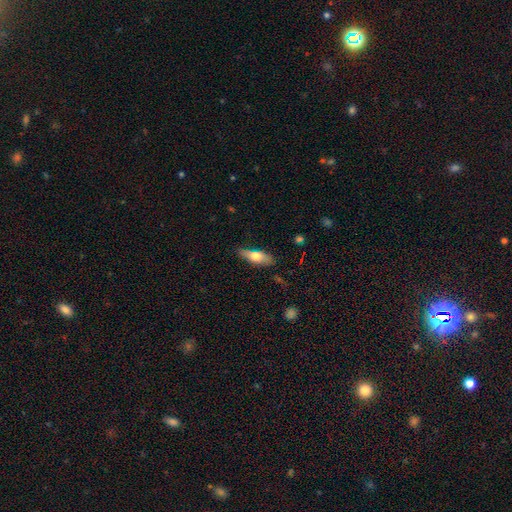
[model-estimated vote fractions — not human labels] This appears to be a smooth galaxy with no disk features (67%) that is in between round and cigar-shaped (57%). Merging: none (76%).